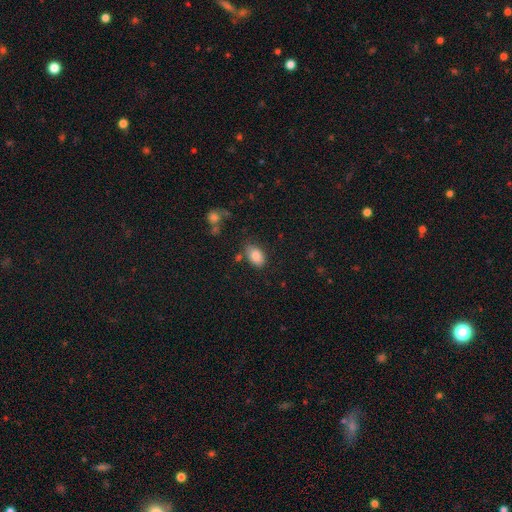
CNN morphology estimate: The model was most divided on "merging": none: 72%, minor disturbance: 18%, merger: 5%, major disturbance: 4%. More confident: how rounded — in between (88%); smooth or featured — smooth (85%).